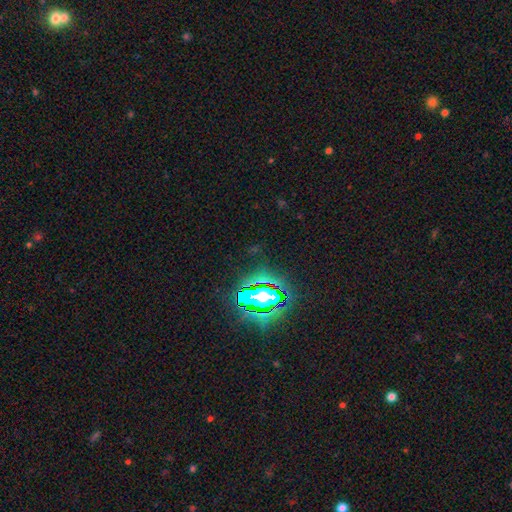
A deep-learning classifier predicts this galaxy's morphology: Smooth or featured? Predicted: star or artifact (p=0.81).